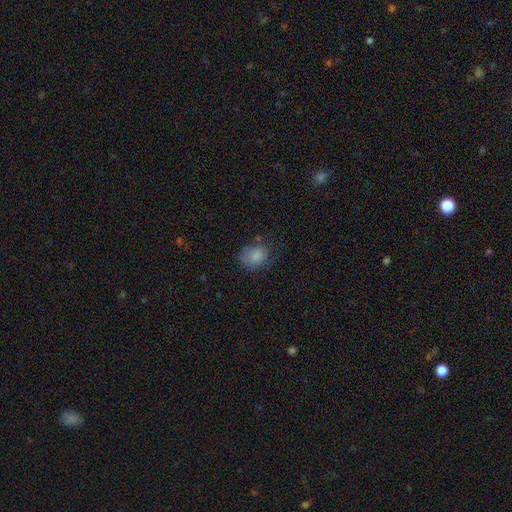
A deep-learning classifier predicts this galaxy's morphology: Smooth or featured? Predicted: smooth (p=0.82). How rounded? Predicted: round (p=0.58). Merging? Predicted: none (p=0.57).